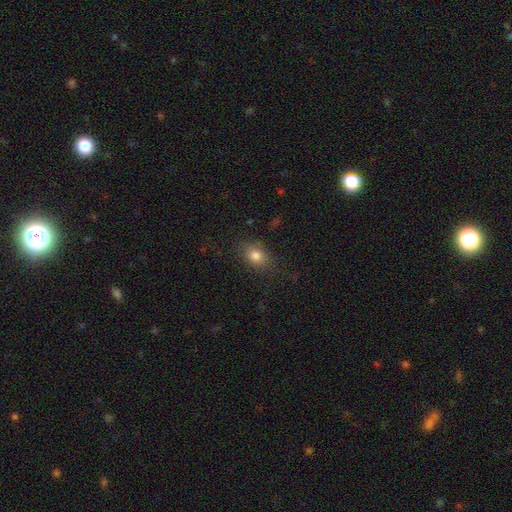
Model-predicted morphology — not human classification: This appears to be a smooth galaxy with no disk features (81%) that is in between round and cigar-shaped (66%). Merging: none (78%).